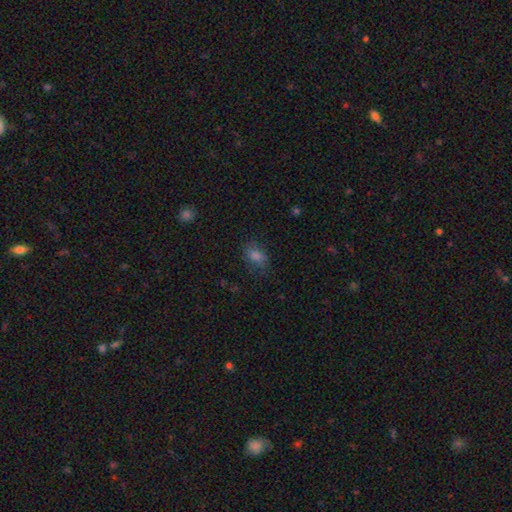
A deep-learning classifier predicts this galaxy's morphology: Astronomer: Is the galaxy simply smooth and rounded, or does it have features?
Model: smooth — 72%.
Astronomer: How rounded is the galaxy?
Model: in between — 80%.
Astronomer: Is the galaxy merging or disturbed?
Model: none — 75%.